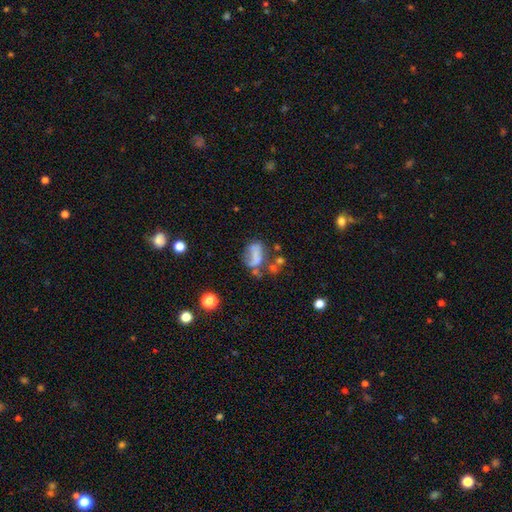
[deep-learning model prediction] Smooth or featured: smooth — 45% (featured or disk — 40%)
Merging: major disturbance — 37% (none — 25%)